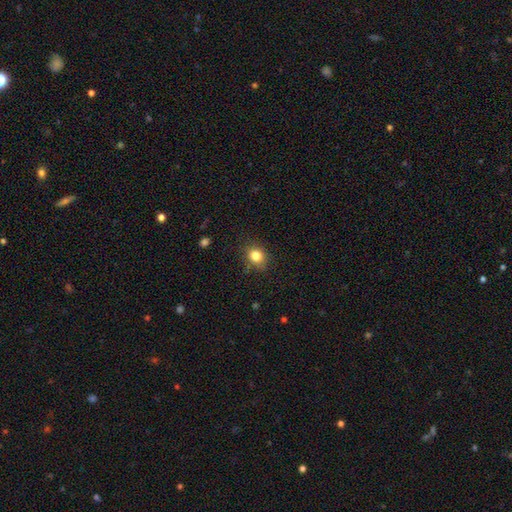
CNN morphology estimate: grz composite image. It shows a smooth galaxy with no disk features (82%) that is round (65%). Merging: none (82%).